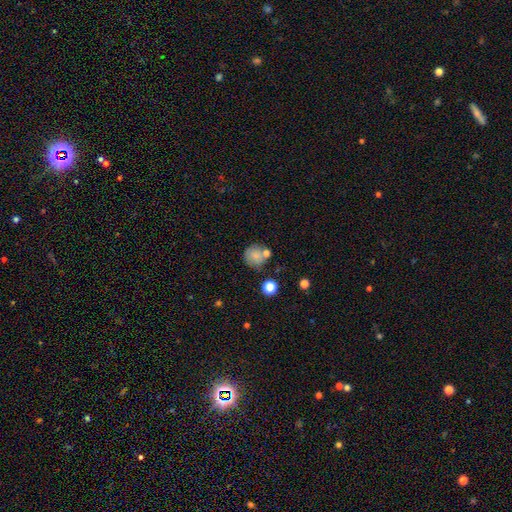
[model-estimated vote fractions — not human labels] smooth-or-featured: smooth: 72% | featured or disk: 17% | star or artifact: 11%
  how-rounded: round: 90% | in between: 9% | cigar-shaped: 1%
  merging: none: 64% | merger: 16% | minor disturbance: 15% | major disturbance: 5%